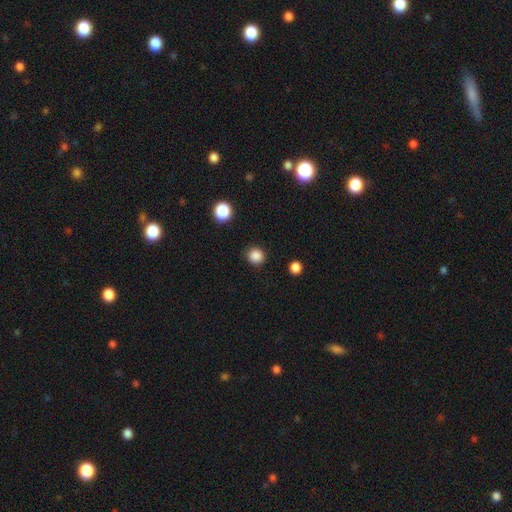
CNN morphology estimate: type=smooth (86%); roundness=round (91%); merging=none (90%).